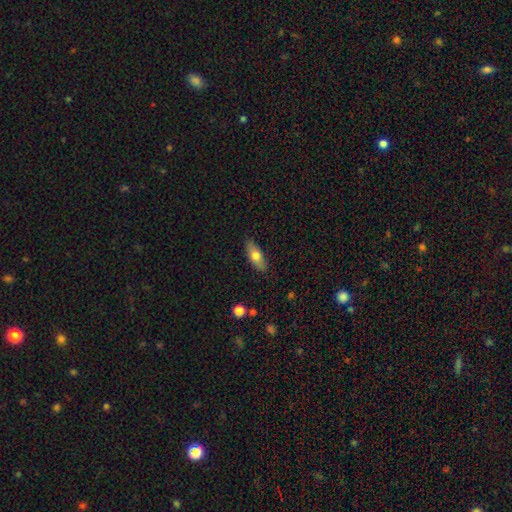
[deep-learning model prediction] smooth 69%, featured or disk 24%, star or artifact 7%. Down the decision tree: how rounded — in between (74%); merging — none (86%).